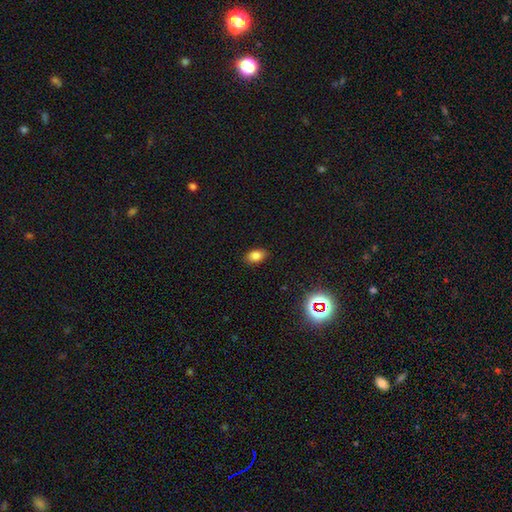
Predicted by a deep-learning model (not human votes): Smooth or featured? Predicted: smooth (p=0.83). How rounded? Predicted: in between (p=0.85). Merging? Predicted: none (p=0.88).